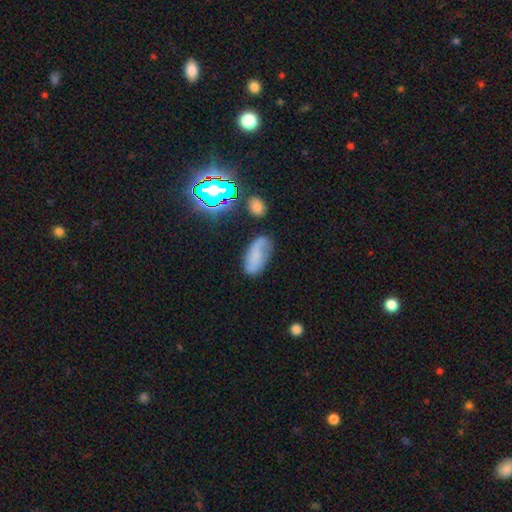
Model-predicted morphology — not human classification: smooth 52%, featured or disk 32%, star or artifact 16%. Down the decision tree: how rounded — in between (87%); merging — none (52%).